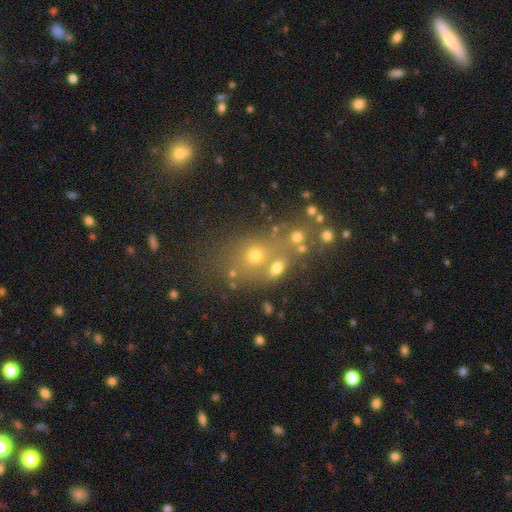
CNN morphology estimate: A smooth galaxy with no disk features (51%) that is round (54%).

Vote fractions:
- Smooth or featured? smooth: 51% / star or artifact: 30% / featured or disk: 19%
- How rounded? round: 54% / in between: 43% / cigar-shaped: 4%
- Merging? none: 50% / merger: 31% / minor disturbance: 12% / major disturbance: 7%